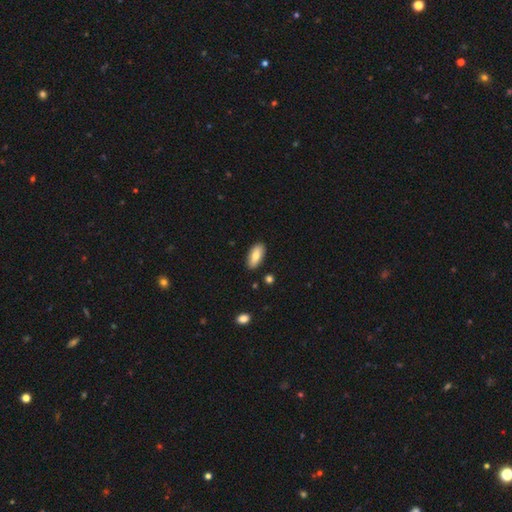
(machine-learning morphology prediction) smooth 79%, featured or disk 15%, star or artifact 6%. Down the decision tree: how rounded — in between (87%); merging — none (87%).